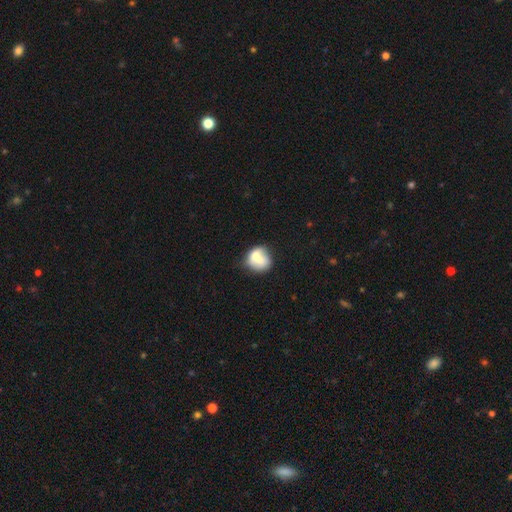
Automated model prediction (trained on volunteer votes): This is likely a smooth galaxy (64%). How rounded: likely round (74%). Merging: marginally none (39%).